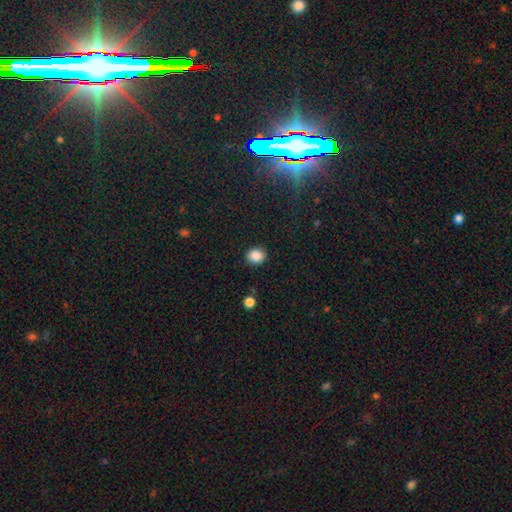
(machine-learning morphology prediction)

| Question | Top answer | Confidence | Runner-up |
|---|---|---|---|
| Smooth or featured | smooth | 87% | star or artifact (10%) |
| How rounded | round | 80% | in between (19%) |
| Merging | none | 89% | minor disturbance (8%) |